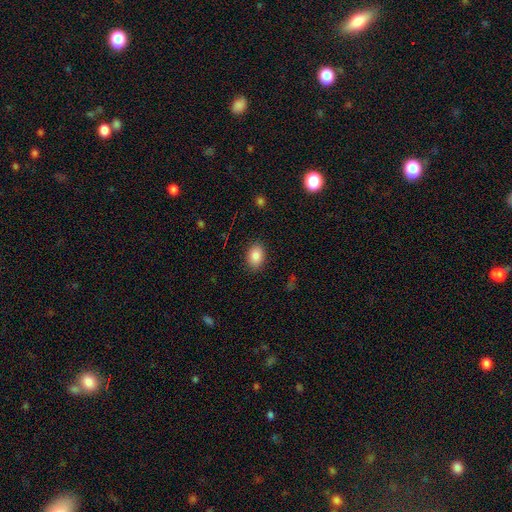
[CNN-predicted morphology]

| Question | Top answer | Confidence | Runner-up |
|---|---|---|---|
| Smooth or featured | smooth | 86% | star or artifact (8%) |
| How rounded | in between | 82% | round (16%) |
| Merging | none | 87% | minor disturbance (9%) |